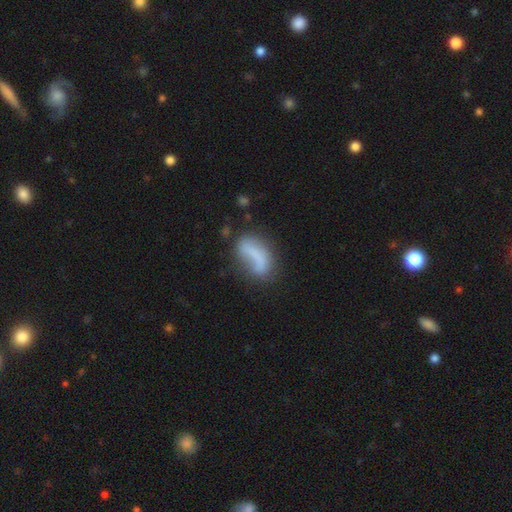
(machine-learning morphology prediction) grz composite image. It shows a smooth galaxy with no disk features (60%) that is in between round and cigar-shaped (79%). Merging: none (42%).